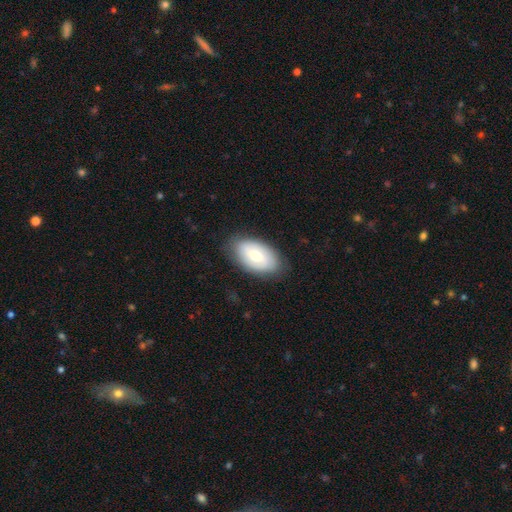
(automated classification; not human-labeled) This is possibly a smooth galaxy (58%). How rounded: clearly in between (92%). Merging: clearly none (81%).